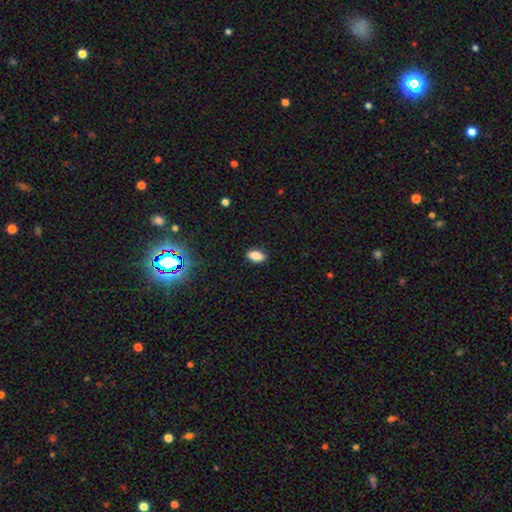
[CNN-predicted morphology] smooth_or_featured: smooth (p=0.86) [alt: star or artifact p=0.10]
how_rounded: in between (p=0.90) [alt: cigar-shaped p=0.05]
merging: none (p=0.87) [alt: minor disturbance p=0.09]